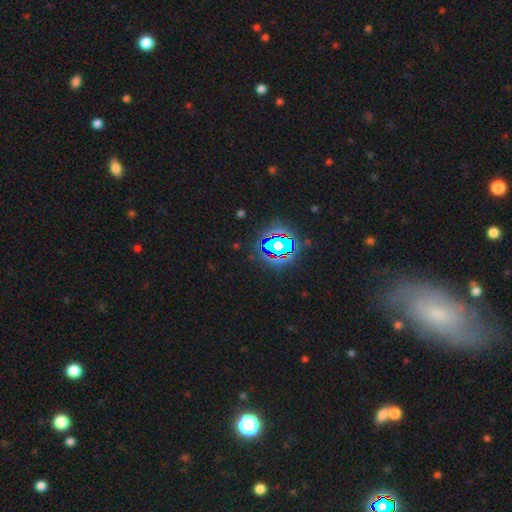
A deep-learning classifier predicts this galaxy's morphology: Smooth or featured?
  - star or artifact: 66% *
  - smooth: 18%
  - featured or disk: 16%